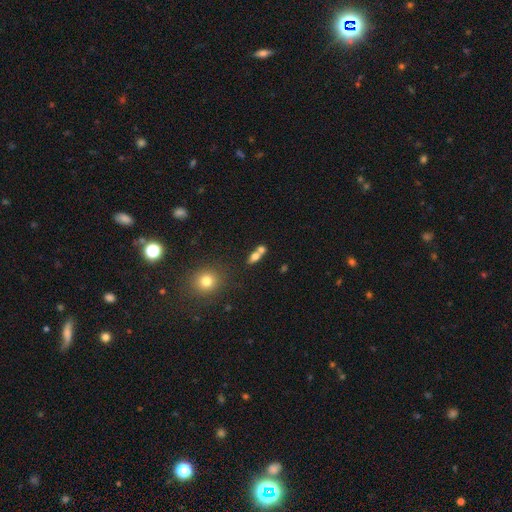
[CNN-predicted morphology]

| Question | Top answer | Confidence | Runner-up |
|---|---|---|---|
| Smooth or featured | smooth | 71% | featured or disk (18%) |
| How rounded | in between | 70% | round (18%) |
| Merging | merger | 47% | none (40%) |